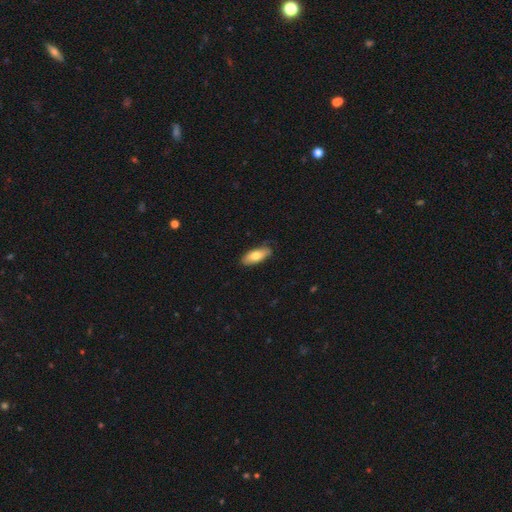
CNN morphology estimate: Overall: smooth (72%). How rounded: in between (78%). Merging: none (76%).